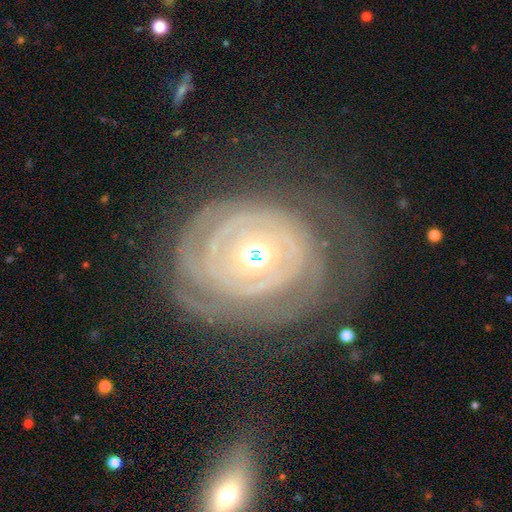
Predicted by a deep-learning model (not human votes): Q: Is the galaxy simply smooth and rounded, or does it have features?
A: featured or disk — 84%.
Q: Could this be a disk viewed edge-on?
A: no — 96%.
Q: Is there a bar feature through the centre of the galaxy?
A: no — 76%.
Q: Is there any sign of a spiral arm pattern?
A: yes — 88%.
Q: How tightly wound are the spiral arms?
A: tight — 83%.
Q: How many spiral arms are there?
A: can't tell — 43%.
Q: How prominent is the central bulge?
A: moderate — 65%.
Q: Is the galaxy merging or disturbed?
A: none — 65%.